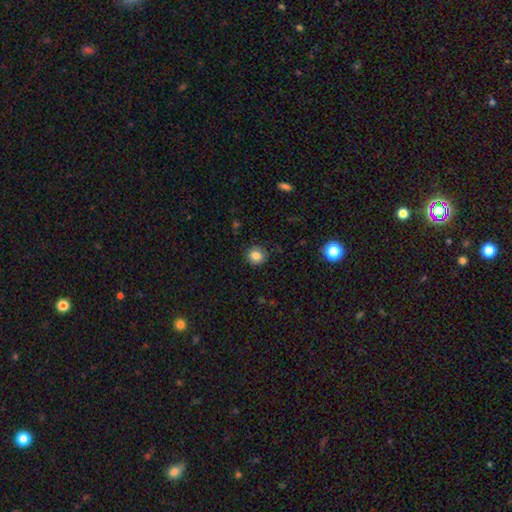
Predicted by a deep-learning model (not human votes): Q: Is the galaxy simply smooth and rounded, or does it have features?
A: smooth — 84%.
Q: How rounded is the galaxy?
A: round — 83%.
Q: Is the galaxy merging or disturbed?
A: none — 86%.